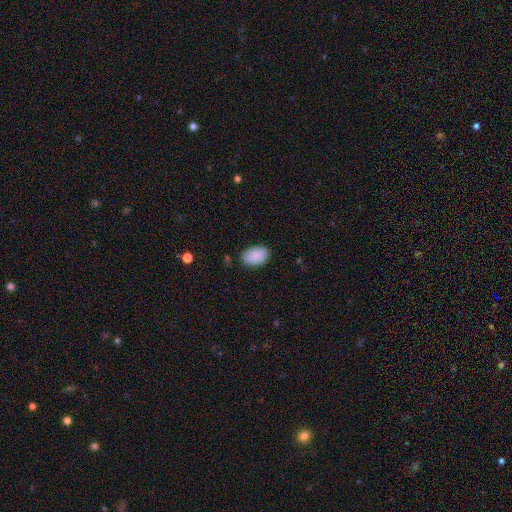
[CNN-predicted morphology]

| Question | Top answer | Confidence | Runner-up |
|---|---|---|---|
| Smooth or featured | smooth | 90% | star or artifact (7%) |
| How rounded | in between | 91% | round (7%) |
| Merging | none | 85% | minor disturbance (11%) |